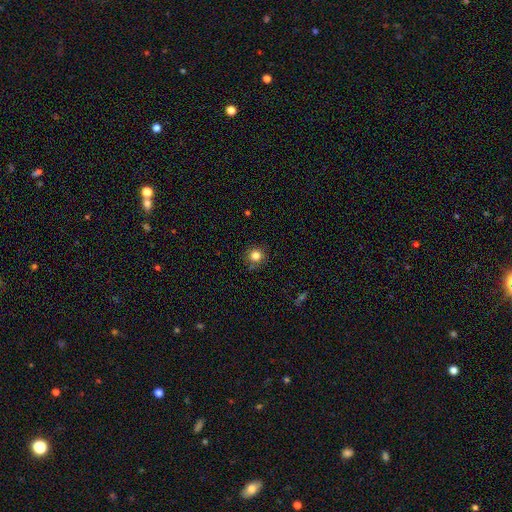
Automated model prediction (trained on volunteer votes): Overall: smooth (82%). How rounded: round (92%). Merging: none (86%).